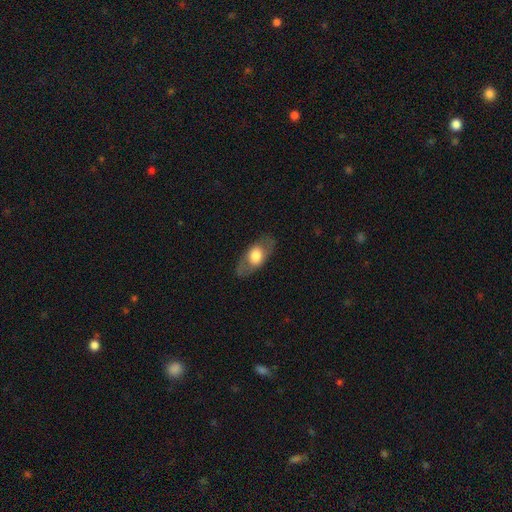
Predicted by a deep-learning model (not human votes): Morphology: type=smooth (53%); roundness=in between (82%); merging=none (80%).